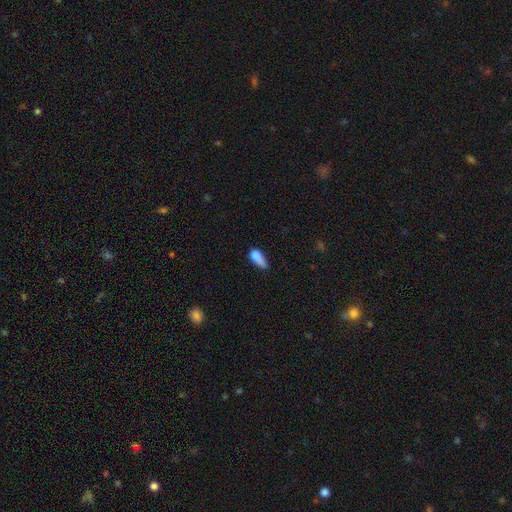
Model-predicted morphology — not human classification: Smooth or featured: smooth — 74% (featured or disk — 17%)
How rounded: in between — 72% (cigar-shaped — 18%)
Merging: minor disturbance — 35% (major disturbance — 30%)